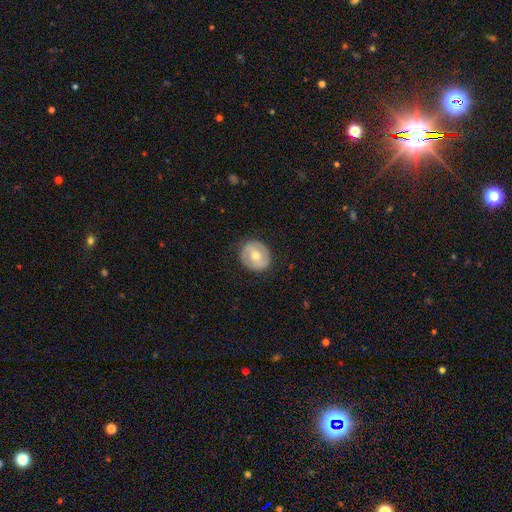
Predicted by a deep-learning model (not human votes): Q: Smooth or featured?
A: featured or disk (51%); runner-up: smooth (43%)
Q: Edge-on disk?
A: no (96%); runner-up: yes (4%)
Q: Merging?
A: none (85%); runner-up: minor disturbance (11%)